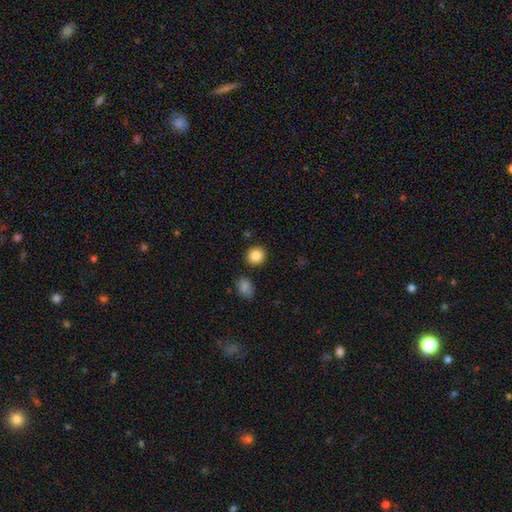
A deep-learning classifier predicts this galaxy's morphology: The model was most divided on "smooth or featured": smooth: 85%, star or artifact: 9%, featured or disk: 6%. More confident: how rounded — round (89%); merging — none (89%).